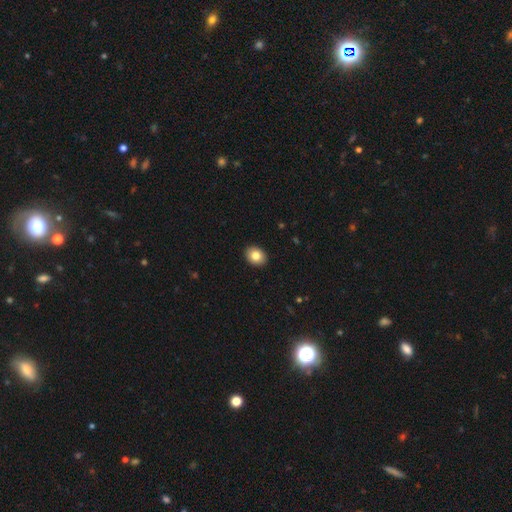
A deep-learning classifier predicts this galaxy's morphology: A smooth galaxy with no disk features (83%) that is in between round and cigar-shaped (55%).

Vote fractions:
- Smooth or featured? smooth: 83% / featured or disk: 9% / star or artifact: 9%
- How rounded? in between: 55% / round: 44% / cigar-shaped: 1%
- Merging? none: 92% / minor disturbance: 6% / major disturbance: 1% / merger: 1%